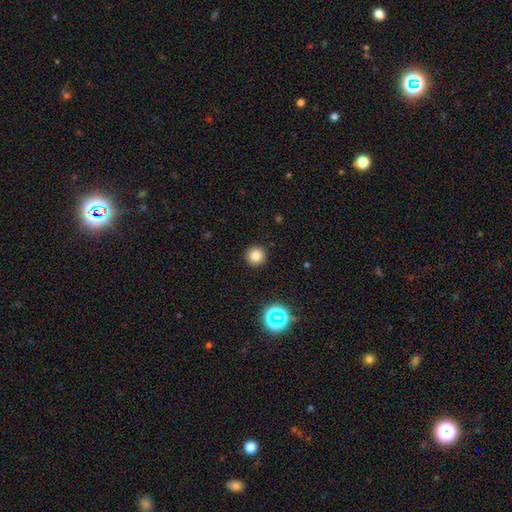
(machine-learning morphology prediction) smooth 80%, star or artifact 15%, featured or disk 5%. Down the decision tree: how rounded — round (95%); merging — none (92%).